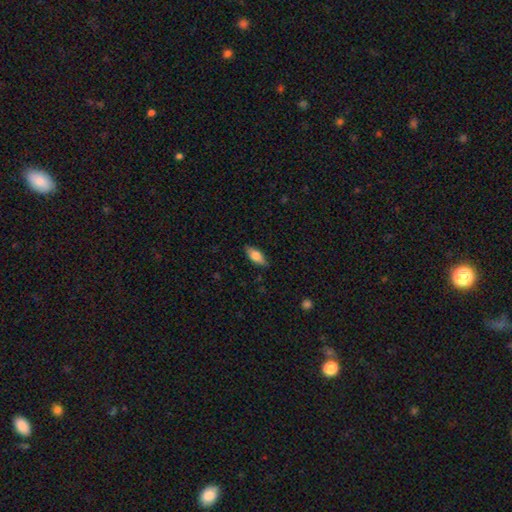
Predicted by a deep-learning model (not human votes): Morphology: type=smooth (70%); roundness=in between (77%); merging=none (85%).